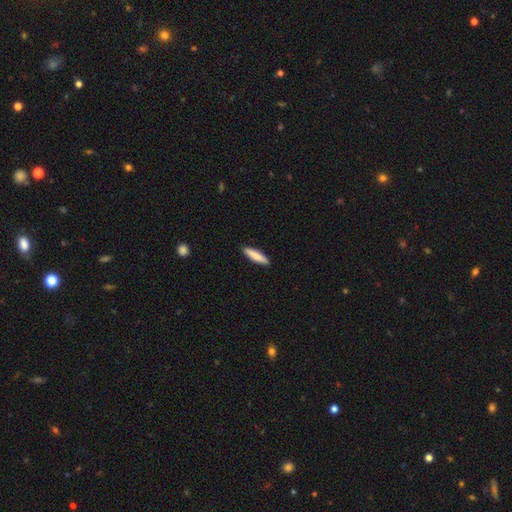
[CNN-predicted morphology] smooth_or_featured: smooth (p=0.83) [alt: featured or disk p=0.12]
how_rounded: cigar-shaped (p=0.82) [alt: in between p=0.16]
merging: none (p=0.90) [alt: minor disturbance p=0.07]